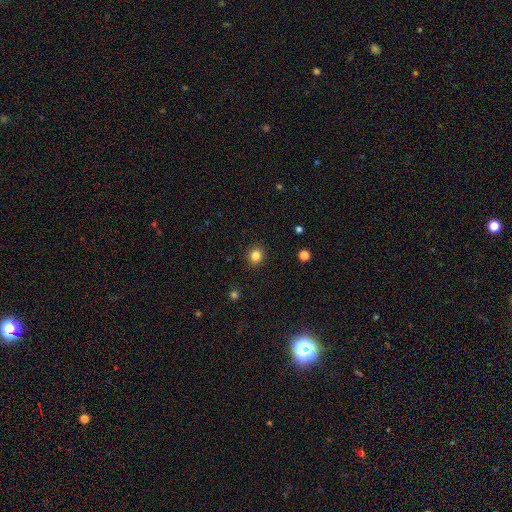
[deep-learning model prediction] A smooth galaxy with no disk features (83%) that is round (86%). Merging: none (90%).